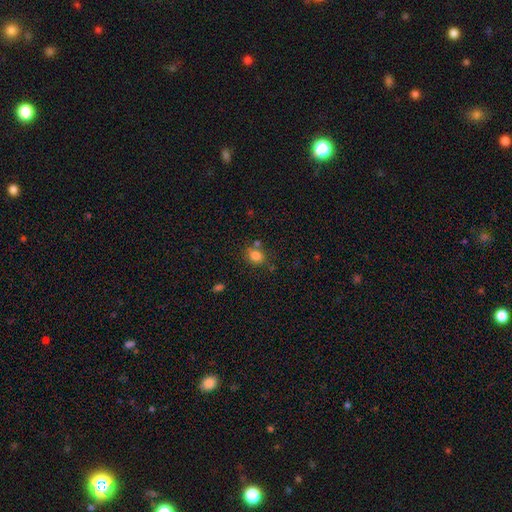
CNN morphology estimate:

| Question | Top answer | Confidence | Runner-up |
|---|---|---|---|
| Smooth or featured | smooth | 82% | star or artifact (11%) |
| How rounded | round | 52% | in between (47%) |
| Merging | none | 67% | minor disturbance (16%) |